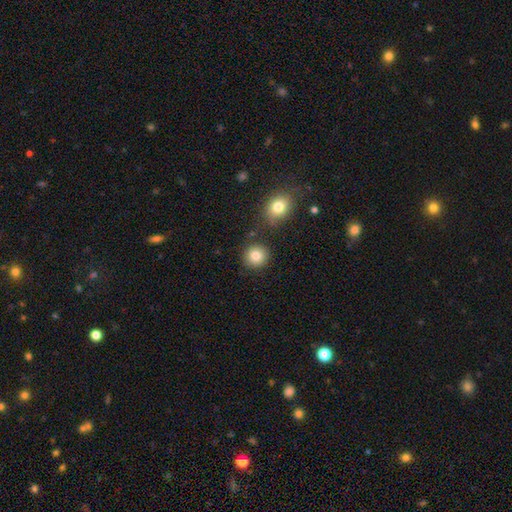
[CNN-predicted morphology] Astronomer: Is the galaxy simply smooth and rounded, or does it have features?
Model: smooth — 84%.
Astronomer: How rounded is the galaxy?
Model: round — 89%.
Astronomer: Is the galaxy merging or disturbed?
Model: none — 83%.